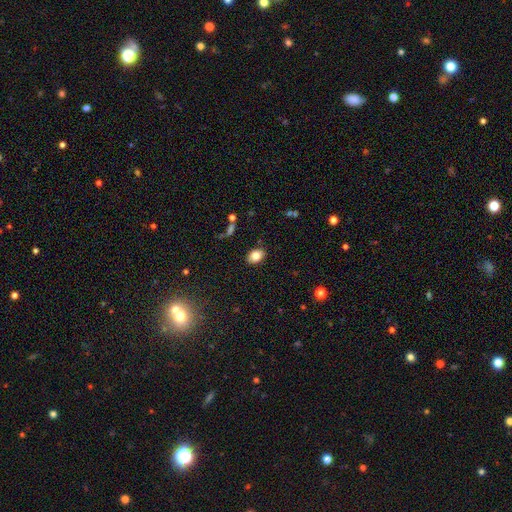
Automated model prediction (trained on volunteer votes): A smooth galaxy with no disk features (82%) that is in between round and cigar-shaped (78%). Merging: none (87%).